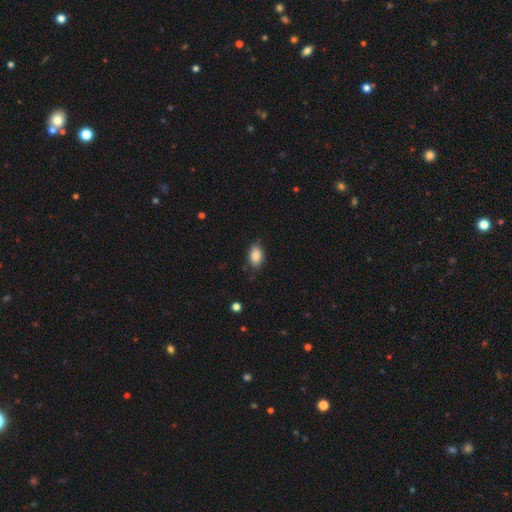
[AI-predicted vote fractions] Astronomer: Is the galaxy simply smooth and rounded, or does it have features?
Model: smooth — 87%.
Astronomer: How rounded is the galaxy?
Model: in between — 89%.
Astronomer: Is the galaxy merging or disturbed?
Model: none — 75%.